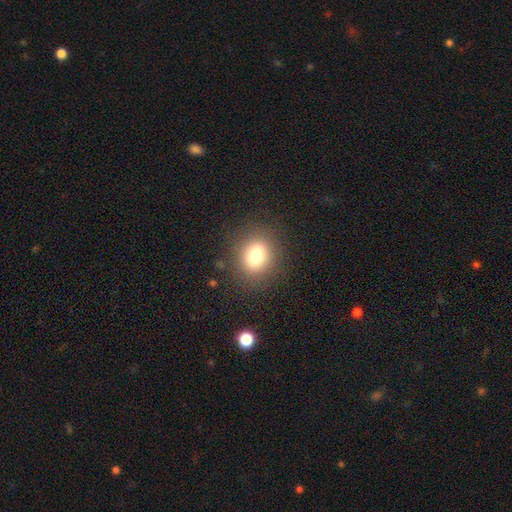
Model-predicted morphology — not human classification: A smooth galaxy with no disk features (77%) that is round (58%).

Vote fractions:
- Smooth or featured? smooth: 77% / star or artifact: 12% / featured or disk: 11%
- How rounded? round: 58% / in between: 40% / cigar-shaped: 1%
- Merging? none: 85% / minor disturbance: 9% / major disturbance: 5% / merger: 1%